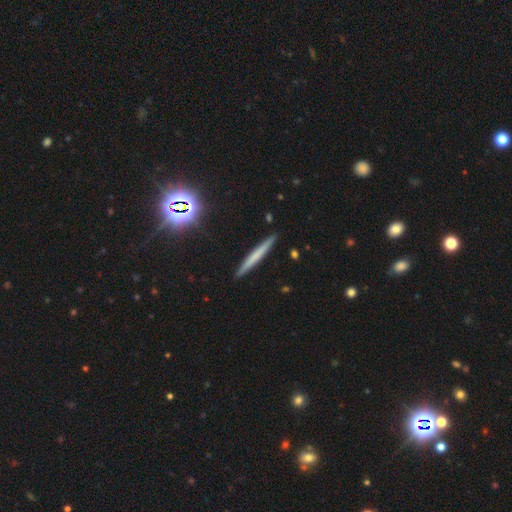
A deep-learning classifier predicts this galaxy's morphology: The model was most divided on "smooth or featured": smooth: 53%, featured or disk: 37%, star or artifact: 10%. More confident: how rounded — cigar-shaped (96%); merging — none (92%).